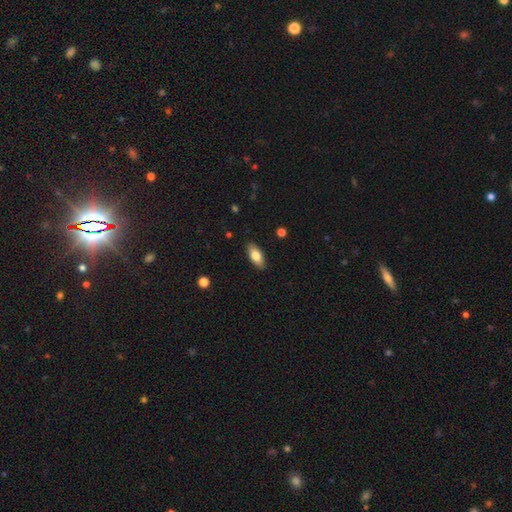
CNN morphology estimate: smooth 78%, featured or disk 15%, star or artifact 6%. Down the decision tree: how rounded — in between (86%); merging — none (88%).